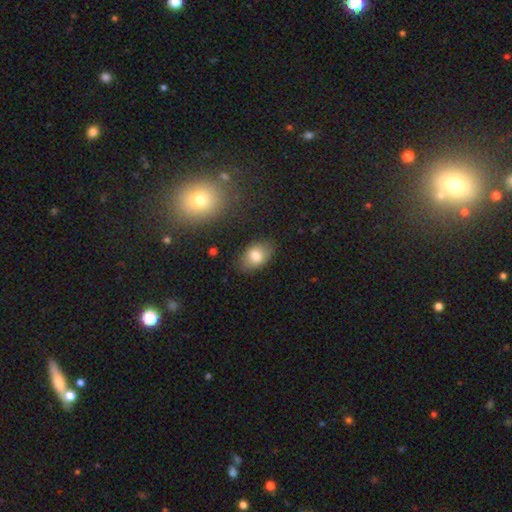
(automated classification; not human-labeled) This appears to be a smooth galaxy with no disk features (79%) that is in between round and cigar-shaped (86%). Merging: none (81%).